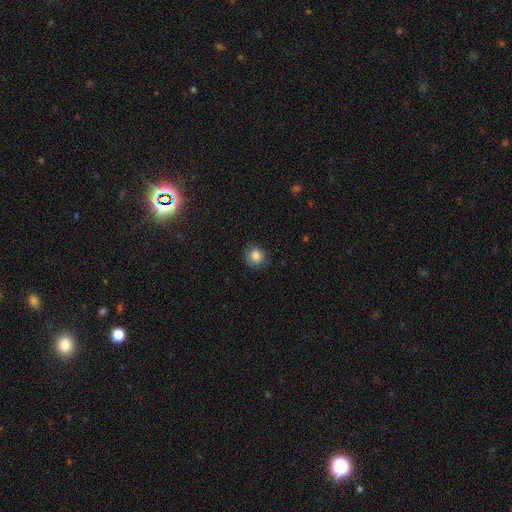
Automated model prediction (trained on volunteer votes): Overall: smooth (82%). How rounded: round (79%). Merging: none (78%).